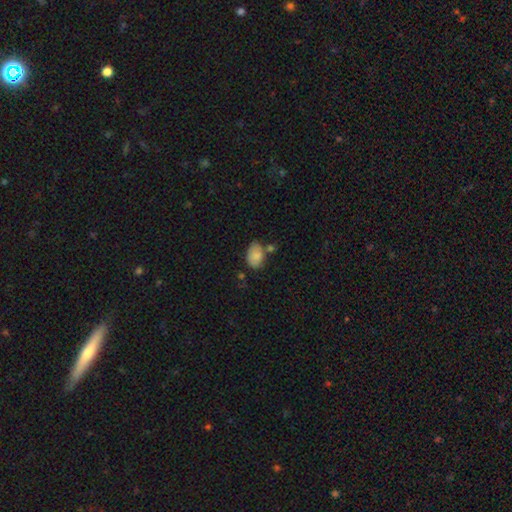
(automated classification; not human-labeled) A smooth galaxy with no disk features (82%) that is in between round and cigar-shaped (82%).

Vote fractions:
- Smooth or featured? smooth: 82% / featured or disk: 10% / star or artifact: 8%
- How rounded? in between: 82% / round: 16% / cigar-shaped: 1%
- Merging? none: 54% / minor disturbance: 27% / merger: 13% / major disturbance: 7%